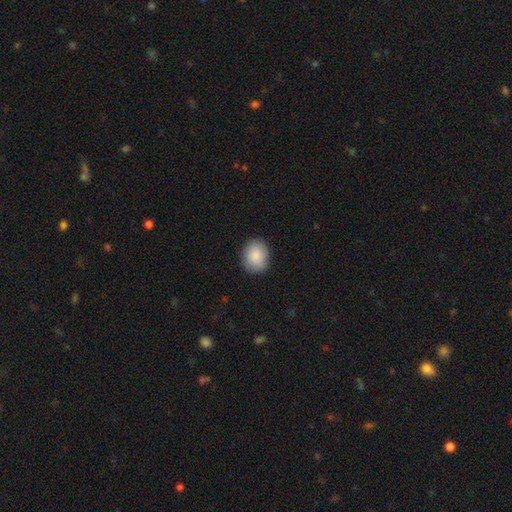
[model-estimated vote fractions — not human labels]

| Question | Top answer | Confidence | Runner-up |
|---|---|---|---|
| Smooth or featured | smooth | 88% | star or artifact (7%) |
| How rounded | round | 59% | in between (40%) |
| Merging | none | 87% | minor disturbance (10%) |